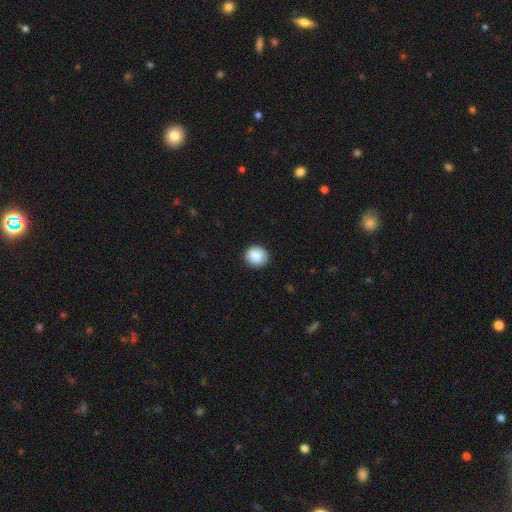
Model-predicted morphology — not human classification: Overall: smooth (87%). How rounded: round (86%). Merging: none (90%).